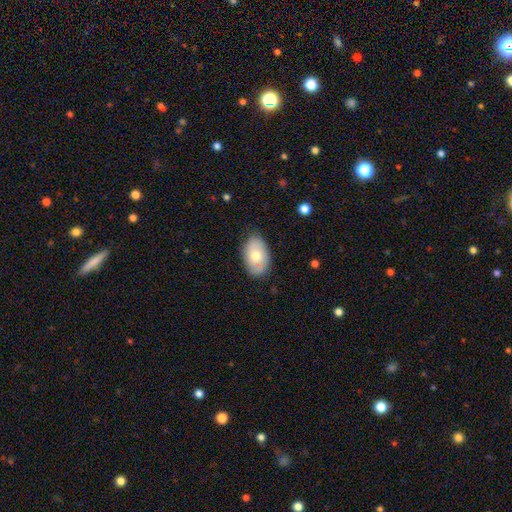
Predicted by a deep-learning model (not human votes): smooth_or_featured: smooth (p=0.66) [alt: featured or disk p=0.27]
how_rounded: in between (p=0.91) [alt: round p=0.08]
merging: none (p=0.77) [alt: minor disturbance p=0.18]